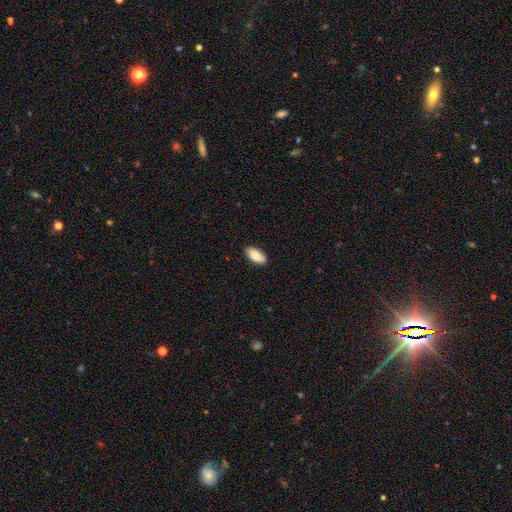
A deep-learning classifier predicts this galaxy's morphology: The model was most divided on "merging": none: 87%, minor disturbance: 10%, major disturbance: 2%, merger: 1%. More confident: how rounded — in between (93%); smooth or featured — smooth (89%).